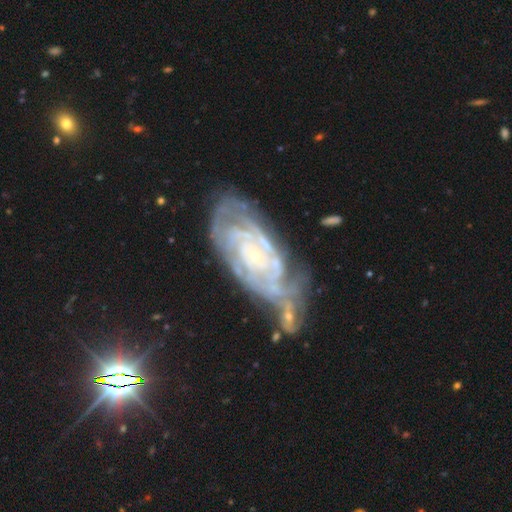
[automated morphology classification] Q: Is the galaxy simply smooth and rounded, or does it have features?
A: featured or disk — 85%.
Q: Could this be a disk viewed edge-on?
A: no — 94%.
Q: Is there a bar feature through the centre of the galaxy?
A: no — 69%.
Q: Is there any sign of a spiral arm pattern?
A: yes — 94%.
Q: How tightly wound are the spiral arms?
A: tight — 77%.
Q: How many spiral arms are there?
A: can't tell — 39%.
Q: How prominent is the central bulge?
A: small — 83%.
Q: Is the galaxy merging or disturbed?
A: none — 45%.